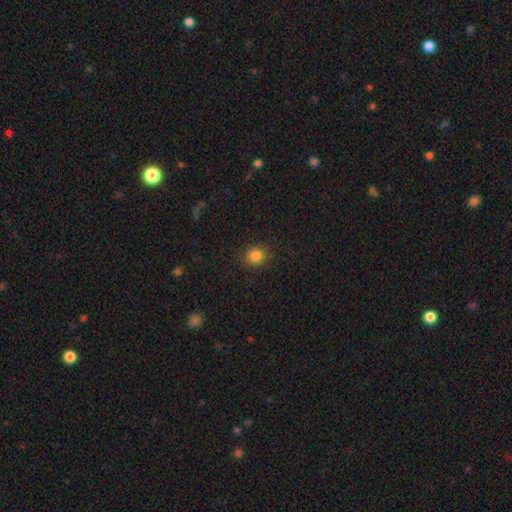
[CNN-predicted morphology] smooth 85%, star or artifact 12%, featured or disk 4%. Down the decision tree: how rounded — round (83%); merging — none (88%).